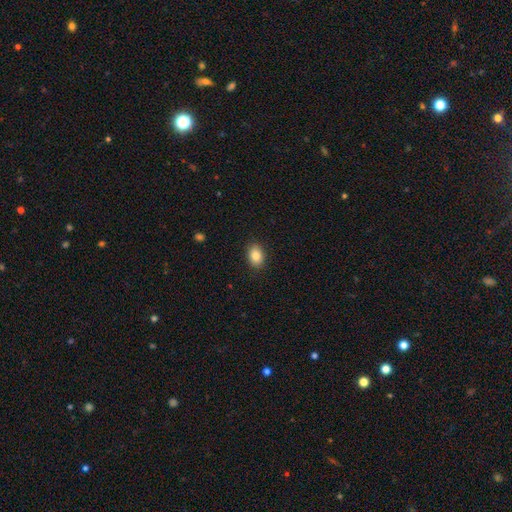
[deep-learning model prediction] A smooth galaxy with no disk features (85%) that is in between round and cigar-shaped (76%).

Vote fractions:
- Smooth or featured? smooth: 85% / star or artifact: 8% / featured or disk: 7%
- How rounded? in between: 76% / round: 23% / cigar-shaped: 1%
- Merging? none: 88% / minor disturbance: 9% / major disturbance: 2% / merger: 1%